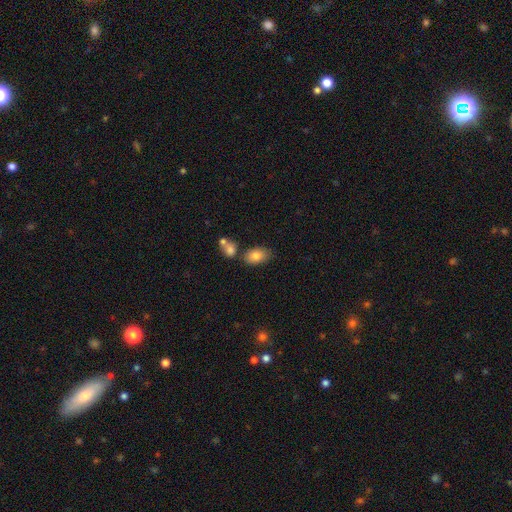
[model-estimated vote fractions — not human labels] Smooth or featured: smooth — 82% (featured or disk — 10%)
How rounded: in between — 88% (round — 10%)
Merging: none — 67% (minor disturbance — 15%)